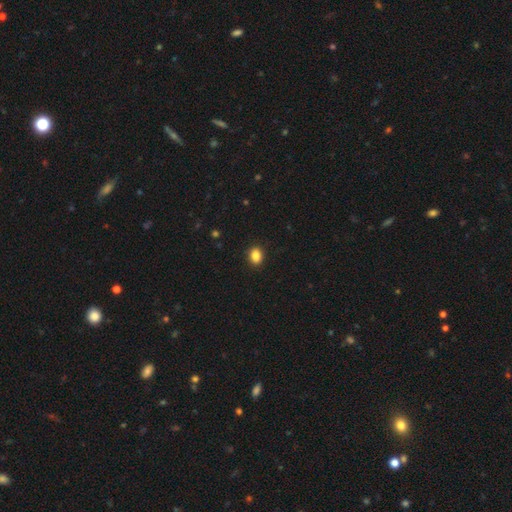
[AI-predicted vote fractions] smooth_or_featured: smooth (p=0.87) [alt: star or artifact p=0.10]
how_rounded: in between (p=0.63) [alt: round p=0.36]
merging: none (p=0.90) [alt: minor disturbance p=0.07]